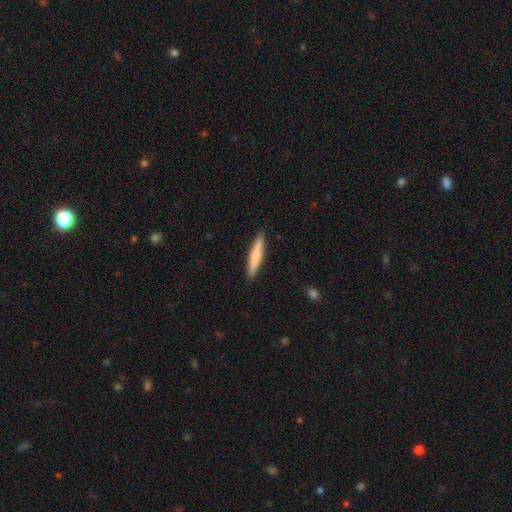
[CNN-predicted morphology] Smooth or featured: smooth — 66% (featured or disk — 29%)
How rounded: cigar-shaped — 92% (in between — 6%)
Merging: none — 91% (minor disturbance — 6%)